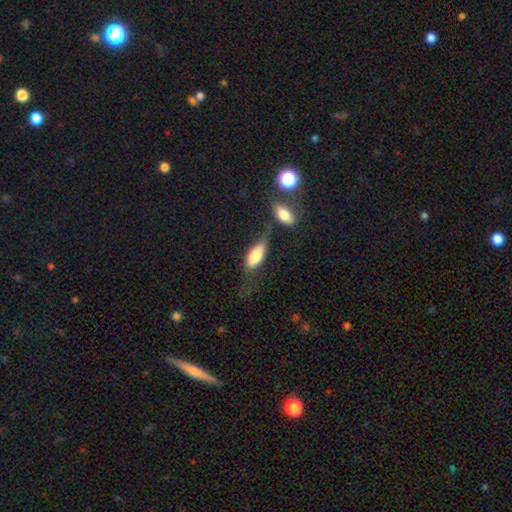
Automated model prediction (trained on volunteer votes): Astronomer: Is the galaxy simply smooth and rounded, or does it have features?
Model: smooth — 78%.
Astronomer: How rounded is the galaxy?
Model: in between — 83%.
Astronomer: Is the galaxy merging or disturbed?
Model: none — 33% (runner-up: minor disturbance, 25%).